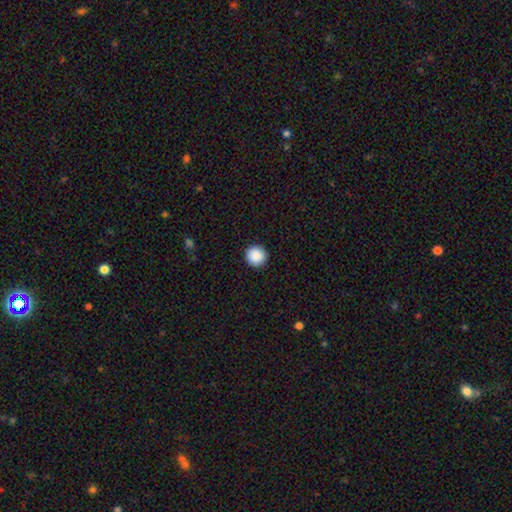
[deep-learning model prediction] smooth_or_featured: smooth (p=0.89) [alt: star or artifact p=0.08]
how_rounded: round (p=0.96) [alt: in between p=0.03]
merging: none (p=0.93) [alt: minor disturbance p=0.05]